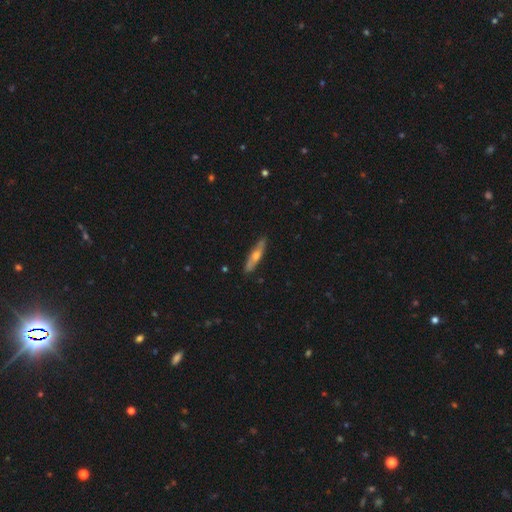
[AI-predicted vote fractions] The model was most divided on "smooth or featured": featured or disk: 52%, smooth: 42%, star or artifact: 6%. More confident: merging — none (87%); edge-on disk — yes (84%).